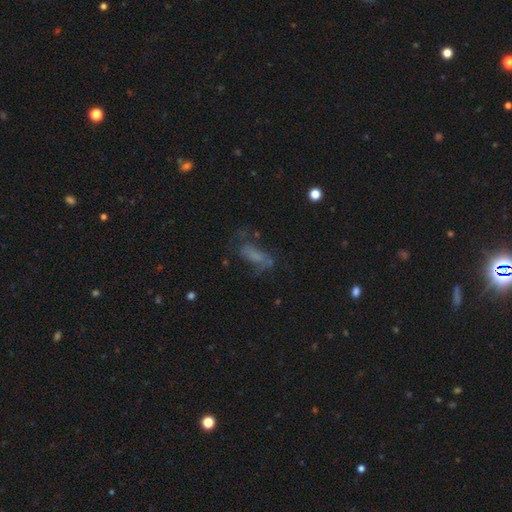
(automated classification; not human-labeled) smooth-or-featured: featured or disk: 41% | smooth: 39% | star or artifact: 21%
  merging: none: 44% | major disturbance: 30% | minor disturbance: 22% | merger: 4%